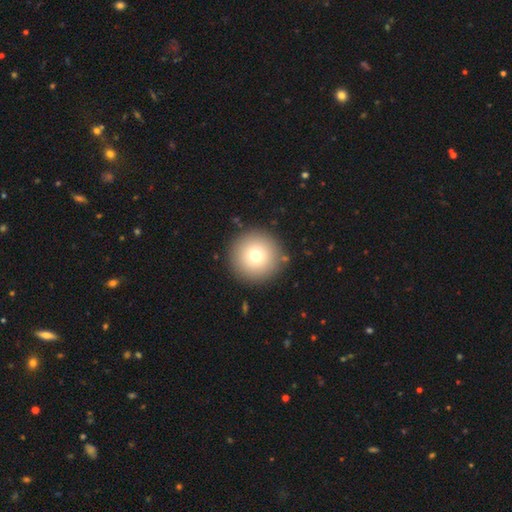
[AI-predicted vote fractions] Morphology: type=smooth (75%); roundness=round (97%); merging=none (90%).